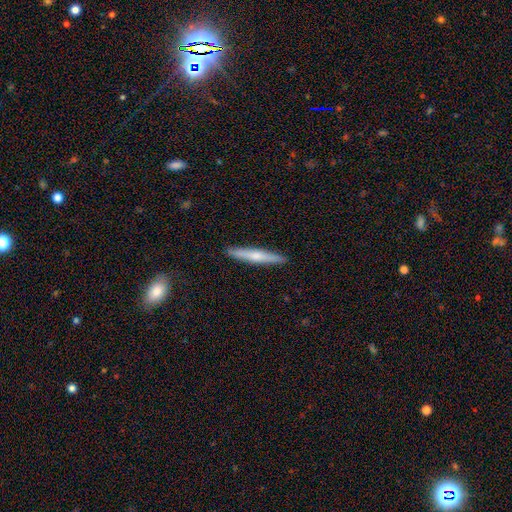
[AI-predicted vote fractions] This appears to be a smooth galaxy with no disk features (52%) that is cigar-shaped (94%). Merging: none (91%).